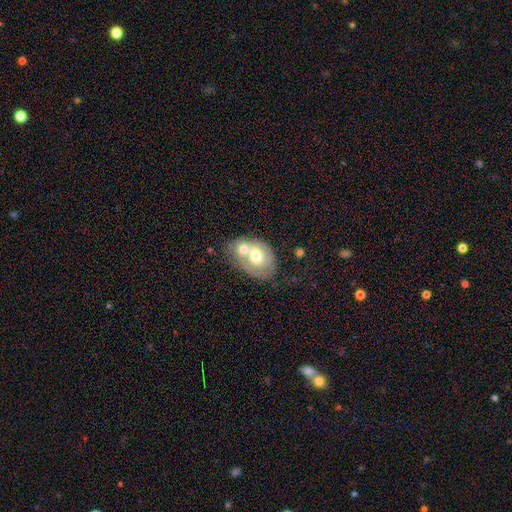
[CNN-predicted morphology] Smooth or featured? Predicted: smooth (p=0.51). How rounded? Predicted: in between (p=0.68). Merging? Predicted: merger (p=0.65).